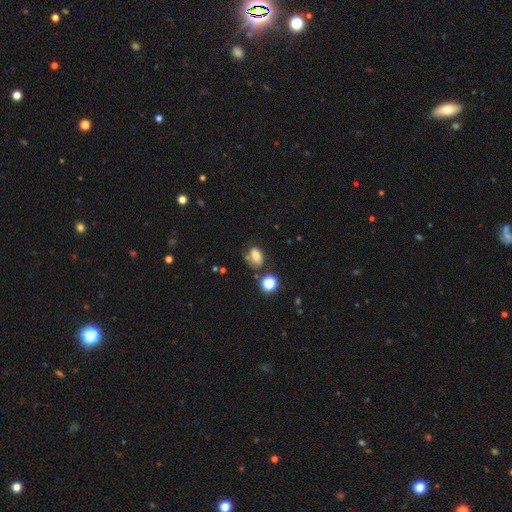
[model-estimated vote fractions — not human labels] smooth 72%, star or artifact 16%, featured or disk 12%. Down the decision tree: how rounded — in between (81%); merging — none (51%).